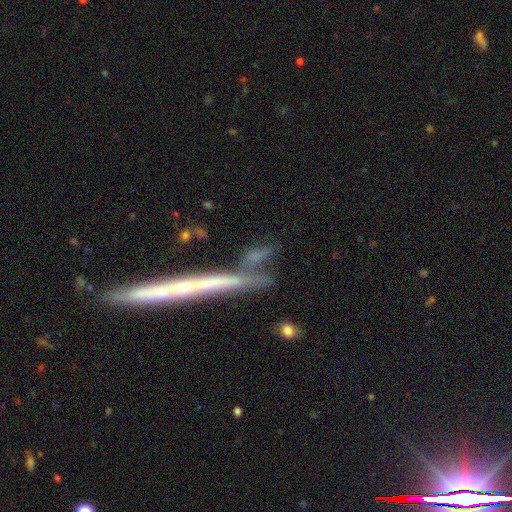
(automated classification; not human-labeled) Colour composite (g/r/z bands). It shows a smooth galaxy with no disk features (49%). Merging: none (44%).